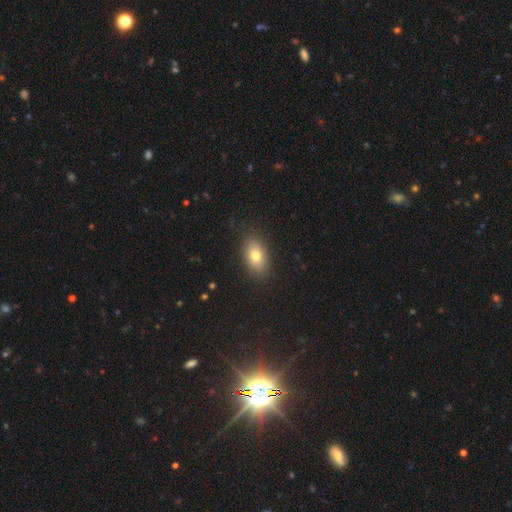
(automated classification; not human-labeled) Smooth or featured? smooth (77%)
How rounded? in between (87%)
Merging? none (86%)